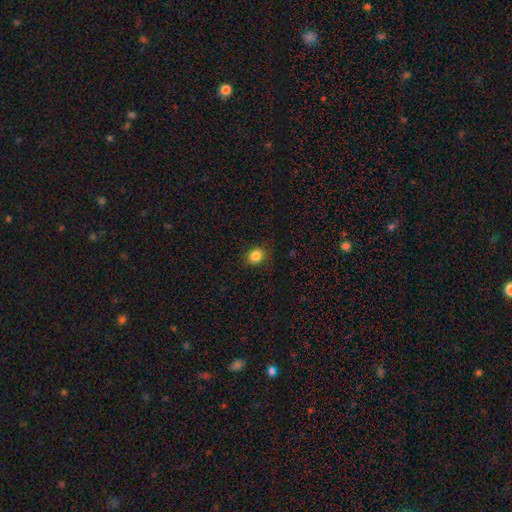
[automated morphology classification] Smooth or featured: smooth — 84% (star or artifact — 11%)
How rounded: round — 72% (in between — 27%)
Merging: none — 88% (minor disturbance — 9%)